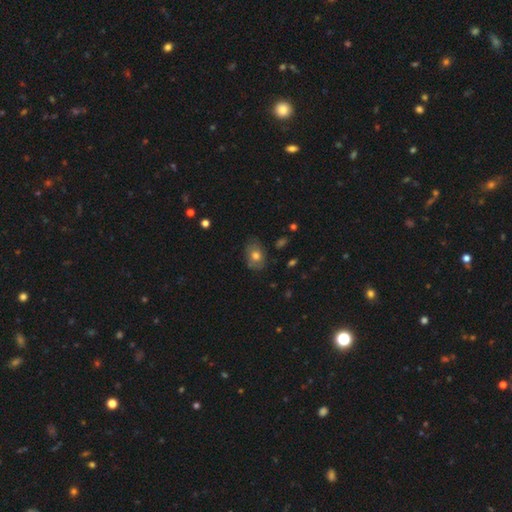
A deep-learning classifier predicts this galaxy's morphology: Overall: smooth (68%). How rounded: in between (68%; round 31%). Merging: none (71%).